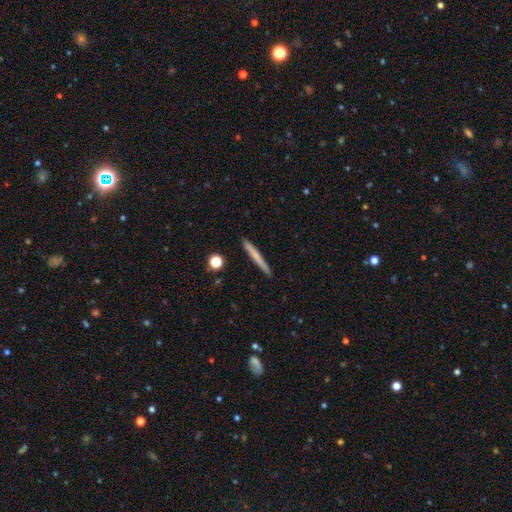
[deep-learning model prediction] Q: Smooth or featured?
A: smooth (64%); runner-up: featured or disk (29%)
Q: How rounded?
A: cigar-shaped (96%); runner-up: in between (2%)
Q: Merging?
A: none (91%); runner-up: minor disturbance (6%)